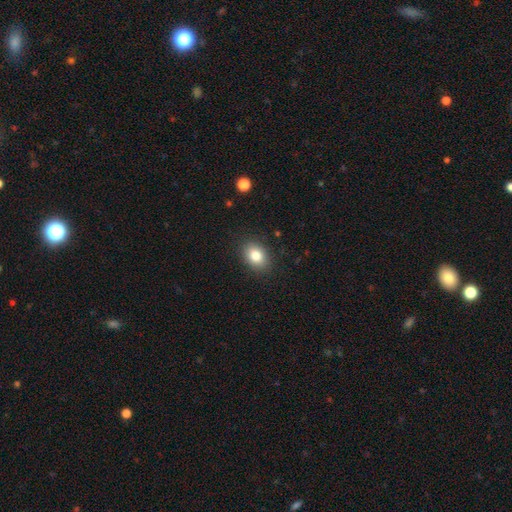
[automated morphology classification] A smooth galaxy with no disk features (84%) that is in between round and cigar-shaped (69%). Merging: none (88%).